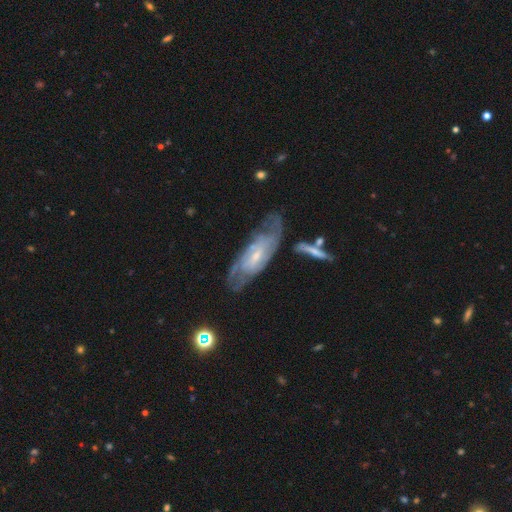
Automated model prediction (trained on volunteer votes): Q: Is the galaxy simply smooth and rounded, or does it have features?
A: featured or disk — 81%.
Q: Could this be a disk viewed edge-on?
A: no — 88%.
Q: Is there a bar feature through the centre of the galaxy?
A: weak — 45%.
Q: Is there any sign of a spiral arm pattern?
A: yes — 91%.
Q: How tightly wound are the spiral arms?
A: tight — 46%.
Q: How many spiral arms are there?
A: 2 — 42%.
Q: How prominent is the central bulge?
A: small — 63%.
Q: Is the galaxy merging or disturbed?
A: none — 64%.